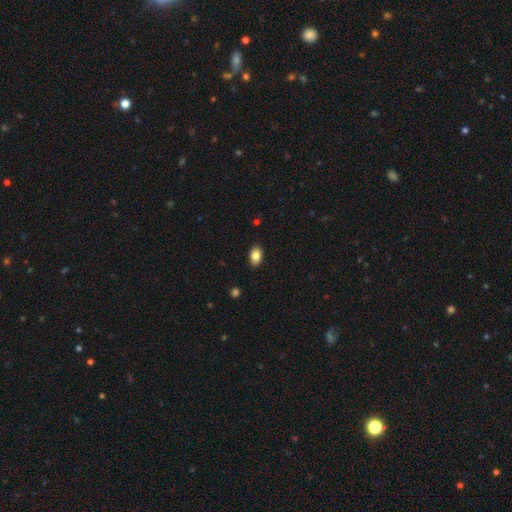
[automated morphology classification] smooth-or-featured: smooth: 84% | star or artifact: 8% | featured or disk: 8%
  how-rounded: in between: 88% | round: 11% | cigar-shaped: 1%
  merging: none: 89% | minor disturbance: 9% | major disturbance: 2% | merger: 1%